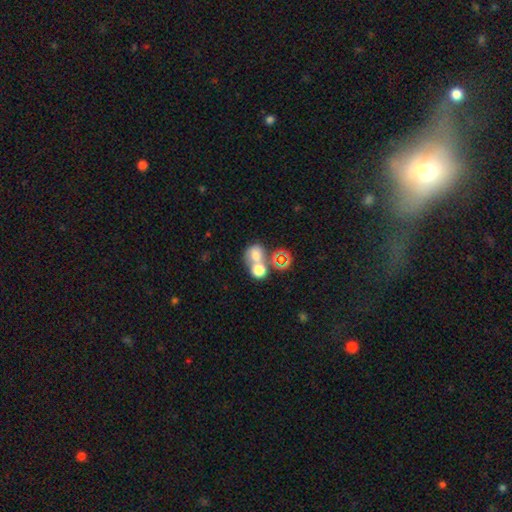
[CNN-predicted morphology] smooth-or-featured: smooth: 66% | star or artifact: 18% | featured or disk: 16%
  how-rounded: round: 65% | in between: 34% | cigar-shaped: 1%
  merging: merger: 55% | none: 31% | minor disturbance: 8% | major disturbance: 6%